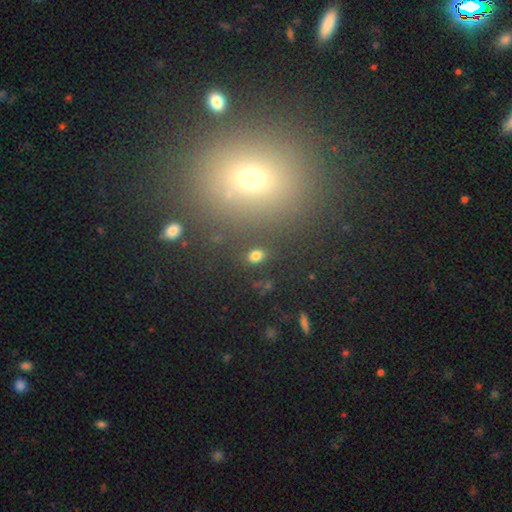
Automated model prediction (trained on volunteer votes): Smooth or featured?
  - smooth: 78% *
  - star or artifact: 16%
  - featured or disk: 6%
How rounded?
  - in between: 69% *
  - round: 29%
  - cigar-shaped: 2%
Merging?
  - none: 85% *
  - minor disturbance: 9%
  - major disturbance: 3%
  - merger: 3%